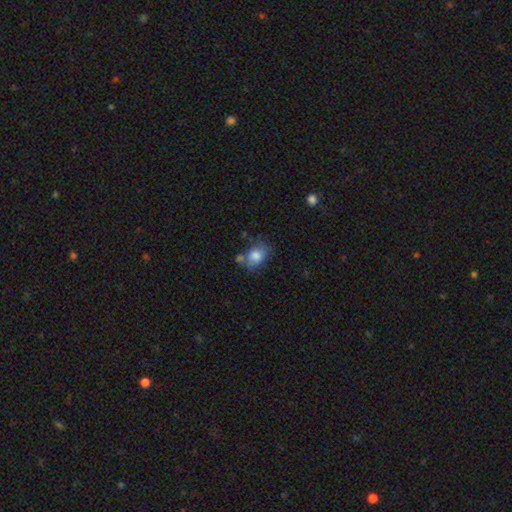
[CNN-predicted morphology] This is likely a smooth galaxy (79%). How rounded: likely in between (68%). Merging: possibly none (51%).